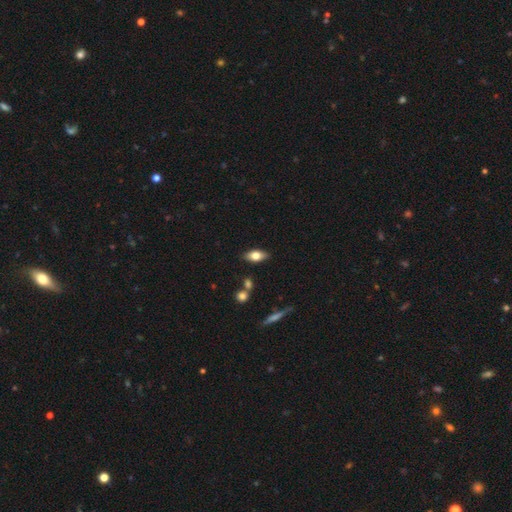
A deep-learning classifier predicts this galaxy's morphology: smooth 68%, featured or disk 24%, star or artifact 8%. Down the decision tree: how rounded — in between (83%); merging — none (84%).